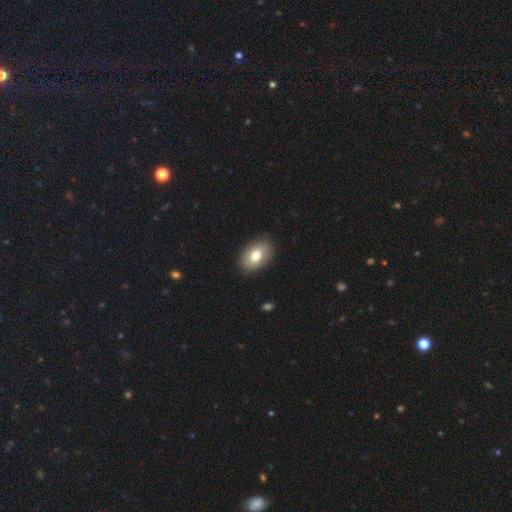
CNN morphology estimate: This appears to be a smooth galaxy with no disk features (78%) that is in between round and cigar-shaped (88%). Merging: none (89%).